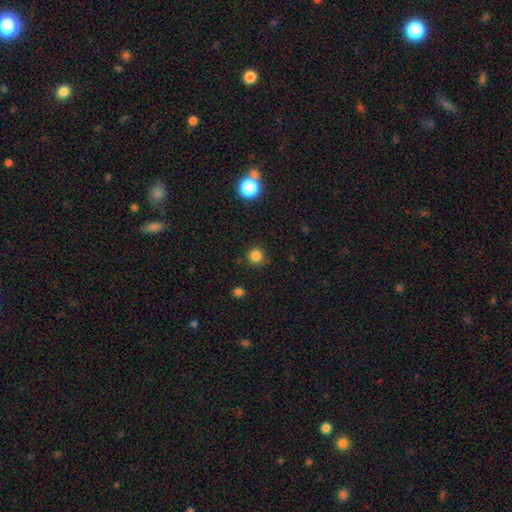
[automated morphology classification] Smooth or featured? smooth (84%)
How rounded? round (95%)
Merging? none (88%)